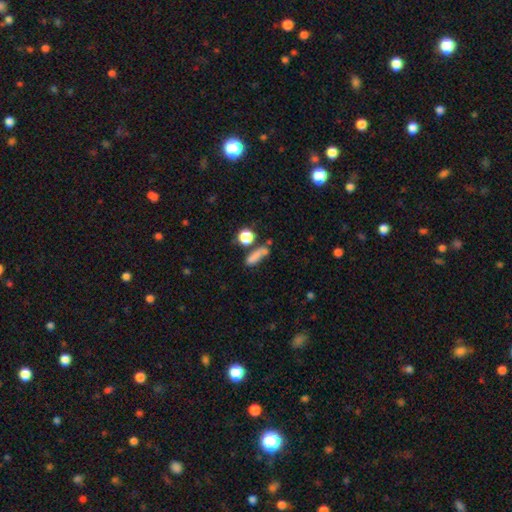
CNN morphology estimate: Q: Smooth or featured?
A: smooth (73%); runner-up: star or artifact (14%)
Q: How rounded?
A: in between (46%); runner-up: cigar-shaped (38%)
Q: Merging?
A: none (48%); runner-up: merger (24%)